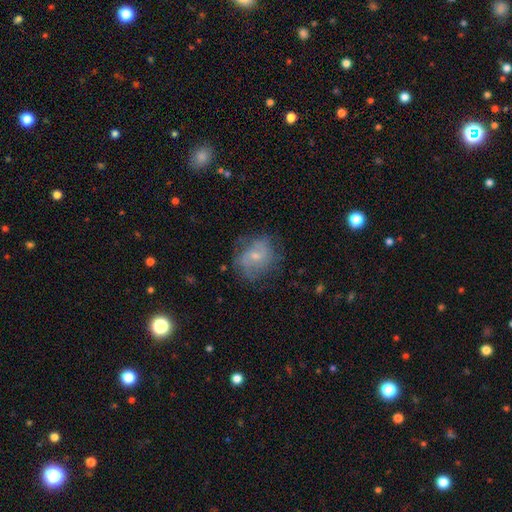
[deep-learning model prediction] A featured or disk galaxy (51%).

Vote fractions:
- Smooth or featured? featured or disk: 51% / smooth: 39% / star or artifact: 10%
- Edge-on disk? no: 97% / yes: 3%
- Merging? none: 62% / minor disturbance: 23% / major disturbance: 13% / merger: 2%